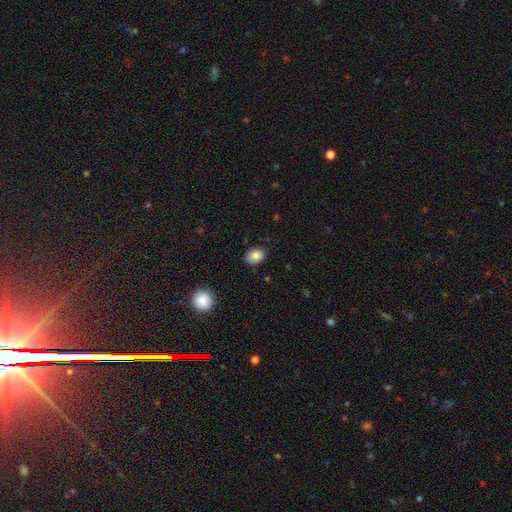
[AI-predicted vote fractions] This appears to be a smooth galaxy with no disk features (83%) that is in between round and cigar-shaped (75%). Merging: none (84%).